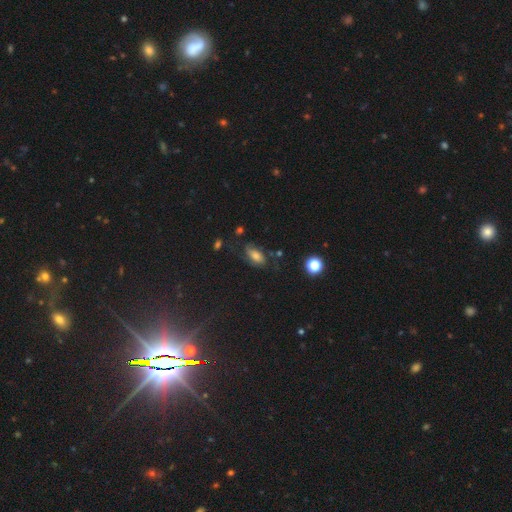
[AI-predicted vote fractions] Overall: smooth (46%; featured or disk 38%). Merging: none (56%; minor disturbance 24%).